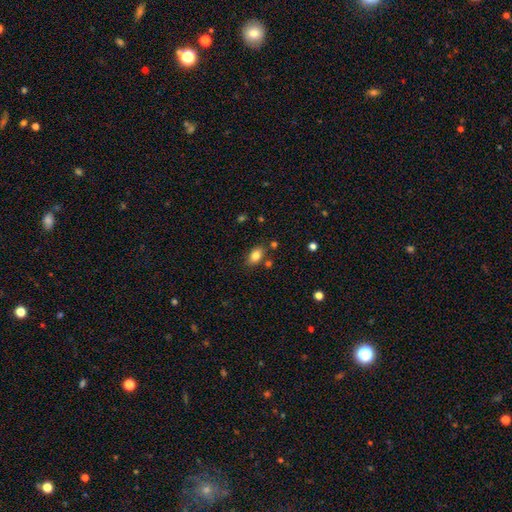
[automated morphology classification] Smooth or featured?
  - smooth: 82% *
  - featured or disk: 9%
  - star or artifact: 9%
How rounded?
  - in between: 88% *
  - round: 10%
  - cigar-shaped: 2%
Merging?
  - none: 78% *
  - minor disturbance: 13%
  - merger: 6%
  - major disturbance: 3%